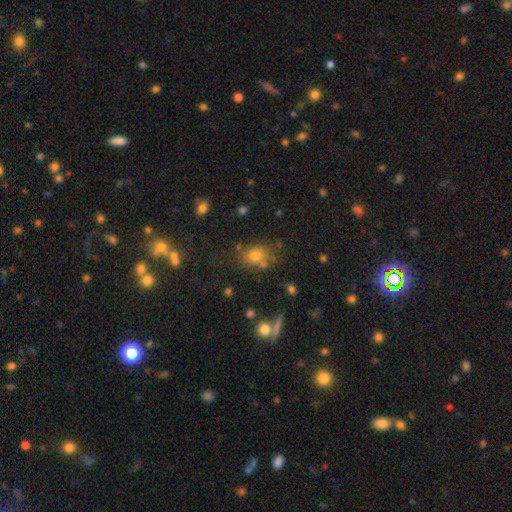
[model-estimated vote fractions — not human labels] A smooth galaxy with no disk features (70%) that is in between round and cigar-shaped (52%).

Vote fractions:
- Smooth or featured? smooth: 70% / star or artifact: 18% / featured or disk: 11%
- How rounded? in between: 52% / round: 47% / cigar-shaped: 2%
- Merging? none: 65% / minor disturbance: 15% / merger: 13% / major disturbance: 6%